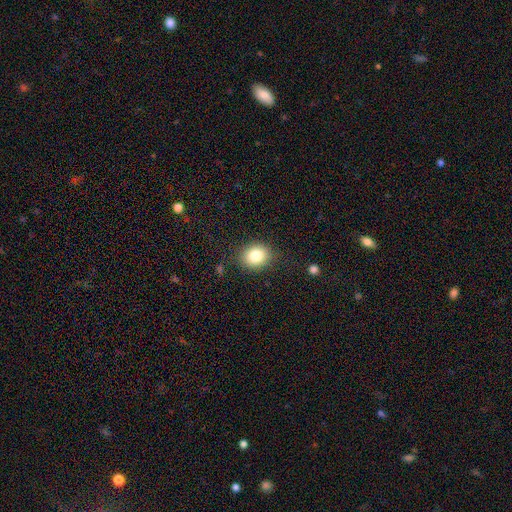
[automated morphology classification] smooth_or_featured: smooth (p=0.82) [alt: star or artifact p=0.10]
how_rounded: round (p=0.62) [alt: in between p=0.37]
merging: none (p=0.85) [alt: minor disturbance p=0.11]